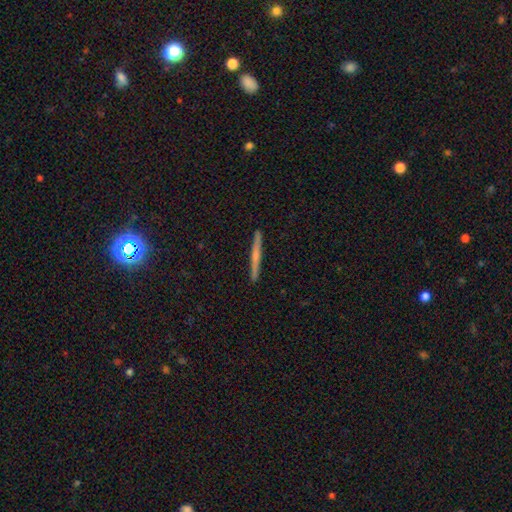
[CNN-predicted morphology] Smooth or featured? Predicted: featured or disk (p=0.49). Merging? Predicted: none (p=0.93).